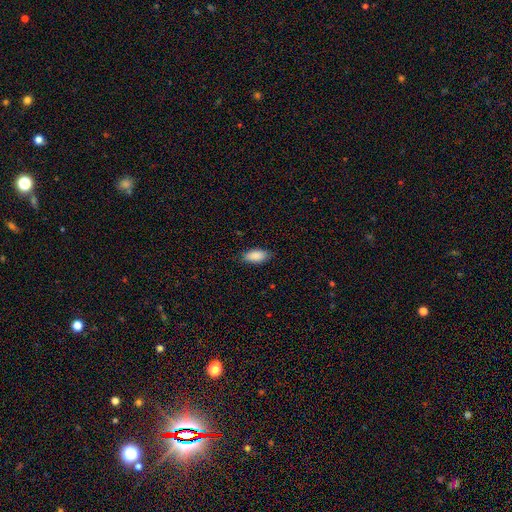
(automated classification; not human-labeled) A smooth galaxy with no disk features (88%) that is in between round and cigar-shaped (91%).

Vote fractions:
- Smooth or featured? smooth: 88% / star or artifact: 6% / featured or disk: 5%
- How rounded? in between: 91% / cigar-shaped: 7% / round: 2%
- Merging? none: 81% / minor disturbance: 15% / major disturbance: 3% / merger: 1%